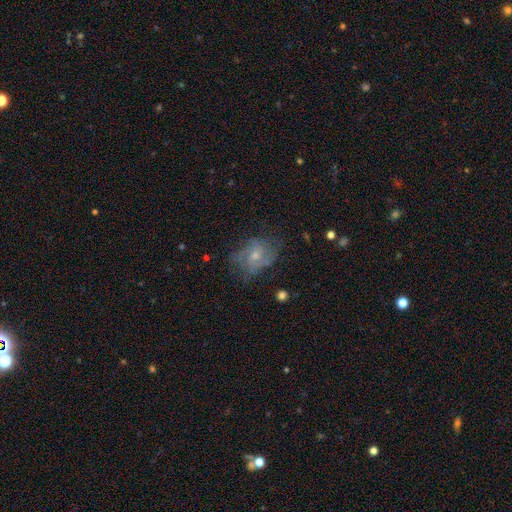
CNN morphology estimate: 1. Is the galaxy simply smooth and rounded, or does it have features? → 64% featured or disk, 26% smooth, 10% star or artifact.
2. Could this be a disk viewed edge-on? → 97% no, 3% yes.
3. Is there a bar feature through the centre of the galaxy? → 68% no, 28% weak, 4% strong.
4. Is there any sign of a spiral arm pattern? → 79% yes, 21% no.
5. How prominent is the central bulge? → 57% small, 37% moderate, 4% none, 2% large, 1% dominant.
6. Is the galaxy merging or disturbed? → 58% none, 24% minor disturbance, 16% major disturbance, 2% merger.